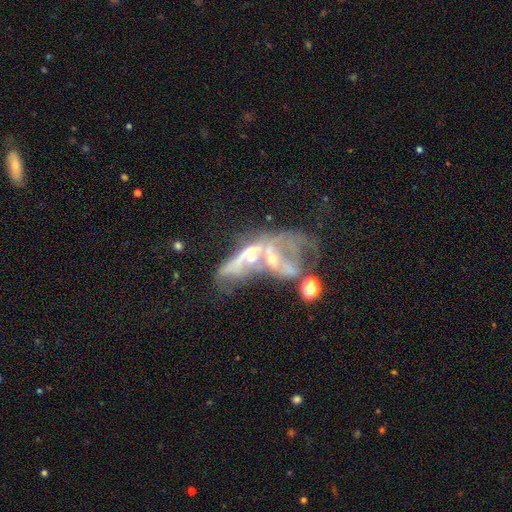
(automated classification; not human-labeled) smooth-or-featured: featured or disk: 69% | smooth: 17% | star or artifact: 14%
  disk-edge-on: no: 86% | yes: 14%
    bar: no: 77% | weak: 15% | strong: 8%
    has-spiral-arms: no: 73% | yes: 27%
    bulge-size: moderate: 49% | small: 30% | none: 13% | large: 6% | dominant: 2%
  merging: merger: 60% | major disturbance: 22% | none: 11% | minor disturbance: 7%